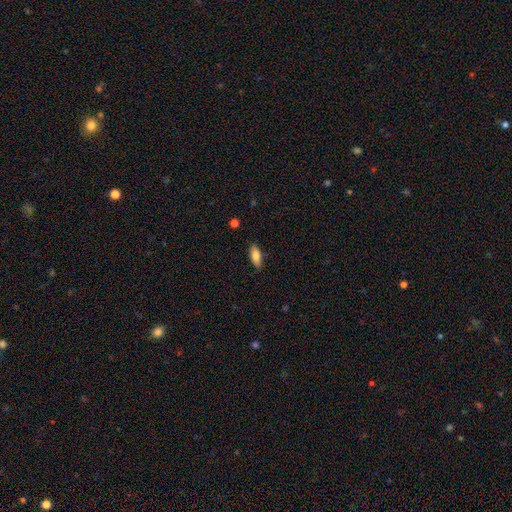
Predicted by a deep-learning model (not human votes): Morphology: type=smooth (82%); roundness=in between (79%); merging=none (85%).